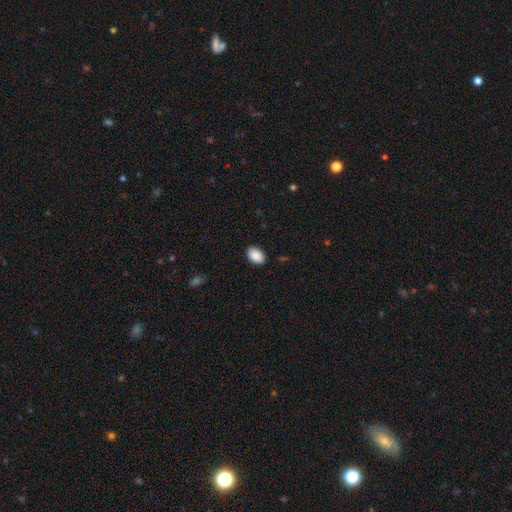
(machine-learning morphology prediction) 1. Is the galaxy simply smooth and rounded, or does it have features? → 90% smooth, 7% star or artifact, 3% featured or disk.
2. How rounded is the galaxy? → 90% in between, 9% round, 1% cigar-shaped.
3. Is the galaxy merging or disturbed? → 89% none, 8% minor disturbance, 2% major disturbance, 1% merger.